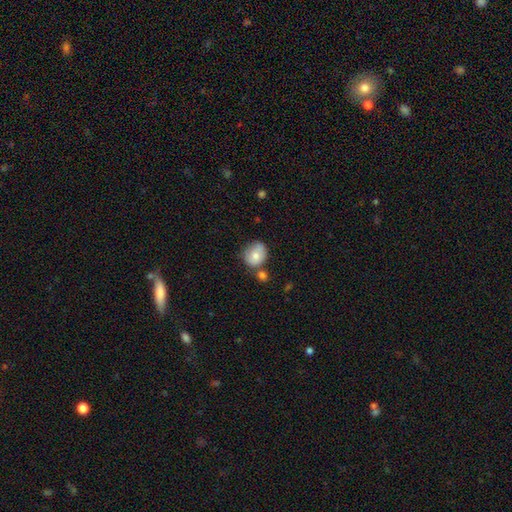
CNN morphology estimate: A smooth galaxy with no disk features (74%) that is round (63%).

Vote fractions:
- Smooth or featured? smooth: 74% / featured or disk: 19% / star or artifact: 8%
- How rounded? round: 63% / in between: 36% / cigar-shaped: 1%
- Merging? none: 49% / minor disturbance: 24% / merger: 20% / major disturbance: 7%